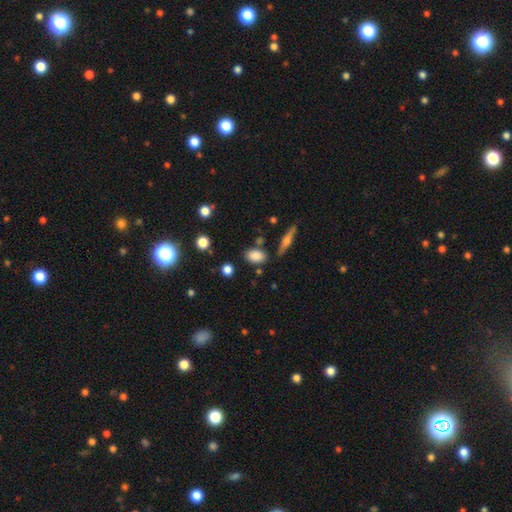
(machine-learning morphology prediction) Q: Smooth or featured?
A: smooth (84%); runner-up: star or artifact (9%)
Q: How rounded?
A: in between (83%); runner-up: round (14%)
Q: Merging?
A: none (77%); runner-up: minor disturbance (13%)